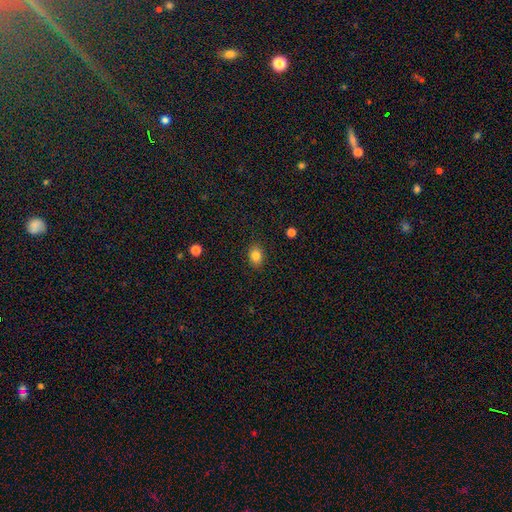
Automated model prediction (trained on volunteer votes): smooth-or-featured: smooth: 84% | star or artifact: 10% | featured or disk: 6%
  how-rounded: in between: 59% | round: 40% | cigar-shaped: 1%
  merging: none: 87% | minor disturbance: 9% | major disturbance: 2% | merger: 1%